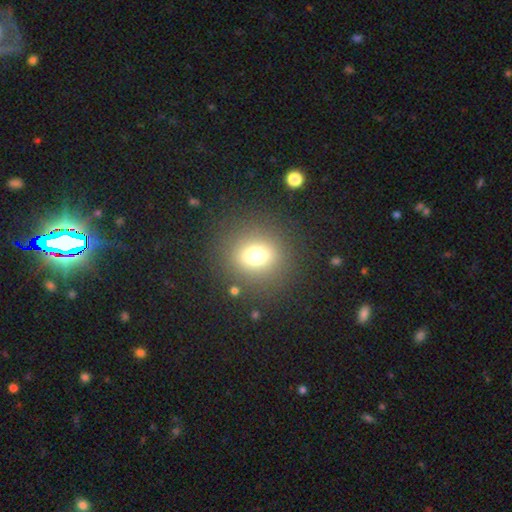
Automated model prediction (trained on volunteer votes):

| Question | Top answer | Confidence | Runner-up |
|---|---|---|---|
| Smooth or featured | smooth | 71% | star or artifact (18%) |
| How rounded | round | 83% | in between (16%) |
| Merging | none | 86% | minor disturbance (7%) |